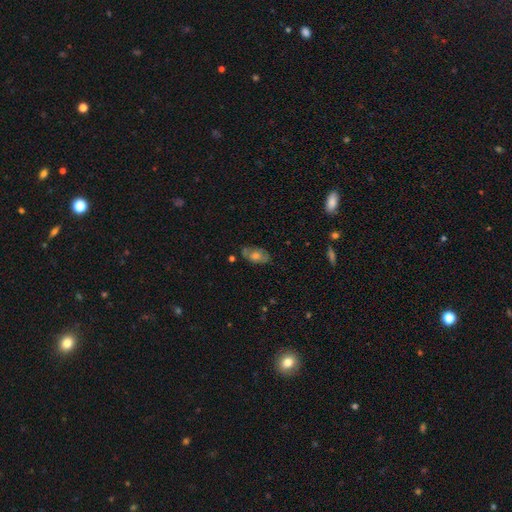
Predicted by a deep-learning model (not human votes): Q: Smooth or featured?
A: featured or disk (44%); runner-up: smooth (43%)
Q: Merging?
A: none (74%); runner-up: minor disturbance (18%)